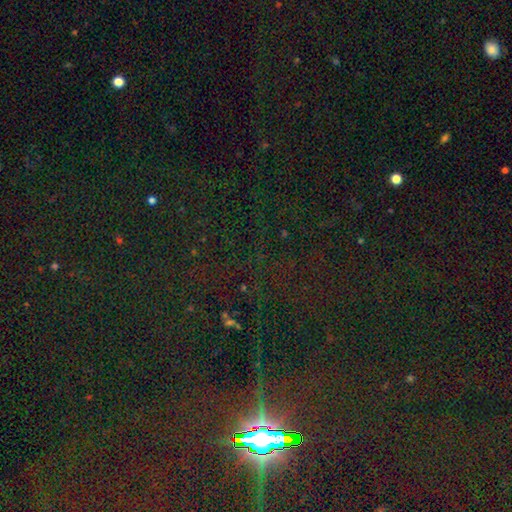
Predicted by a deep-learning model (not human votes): This is clearly a star or artifact rather than a galaxy (84%).